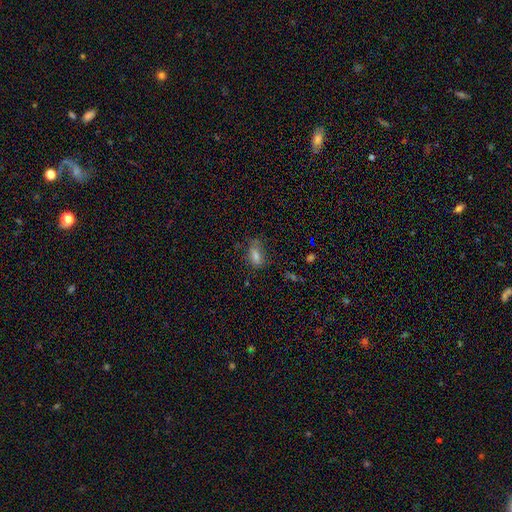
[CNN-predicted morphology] A smooth galaxy with no disk features (67%) that is in between round and cigar-shaped (78%).

Vote fractions:
- Smooth or featured? smooth: 67% / star or artifact: 20% / featured or disk: 13%
- How rounded? in between: 78% / cigar-shaped: 13% / round: 9%
- Merging? none: 65% / minor disturbance: 22% / major disturbance: 9% / merger: 3%